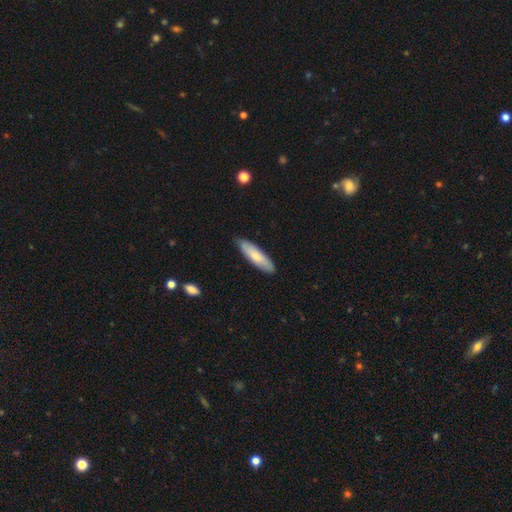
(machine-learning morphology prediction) Smooth or featured? Predicted: smooth (p=0.73). How rounded? Predicted: cigar-shaped (p=0.60). Merging? Predicted: none (p=0.82).